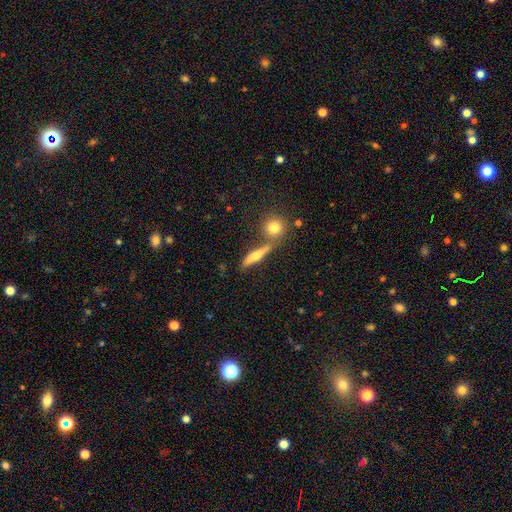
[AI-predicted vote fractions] Smooth or featured?
  - smooth: 47% *
  - featured or disk: 44%
  - star or artifact: 9%
Merging?
  - none: 67% *
  - merger: 17%
  - minor disturbance: 12%
  - major disturbance: 4%